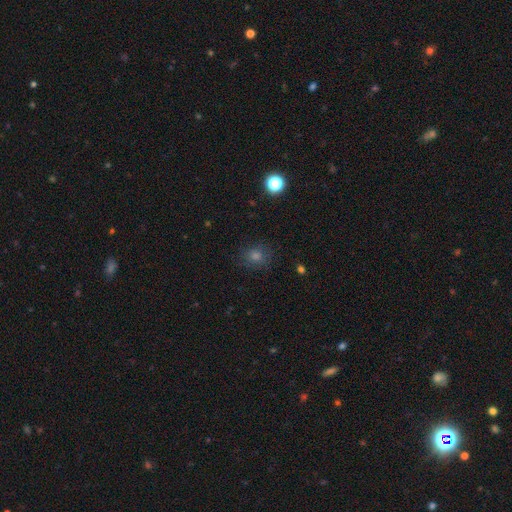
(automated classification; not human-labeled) A smooth galaxy with no disk features (65%) that is round (77%). Merging: none (84%).